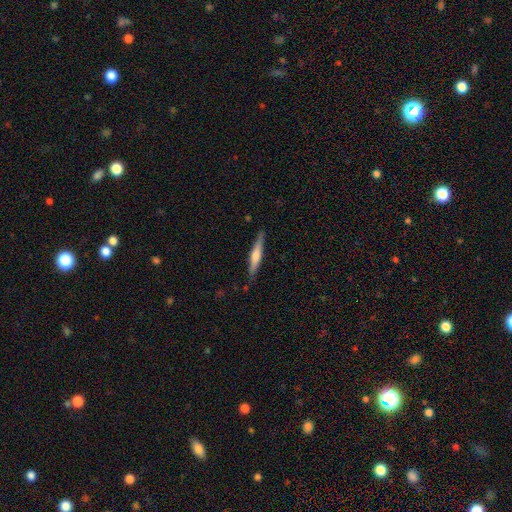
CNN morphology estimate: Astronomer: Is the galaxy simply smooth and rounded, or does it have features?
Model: featured or disk — 51% (runner-up: smooth, 44%).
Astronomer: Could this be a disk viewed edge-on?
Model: yes — 96%.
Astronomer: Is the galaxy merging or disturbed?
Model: none — 87%.